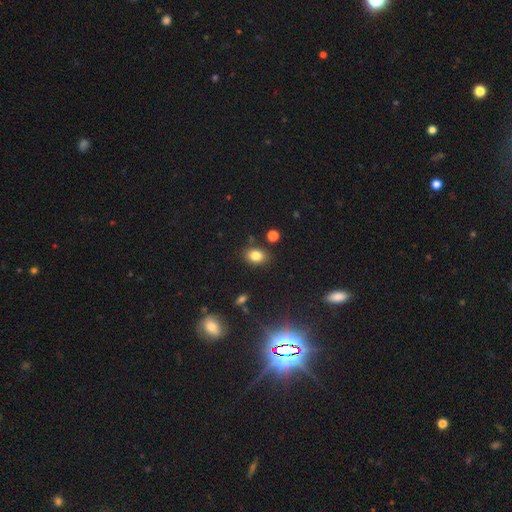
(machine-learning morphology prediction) smooth_or_featured: smooth (p=0.82) [alt: star or artifact p=0.11]
how_rounded: in between (p=0.71) [alt: round p=0.27]
merging: none (p=0.83) [alt: minor disturbance p=0.10]